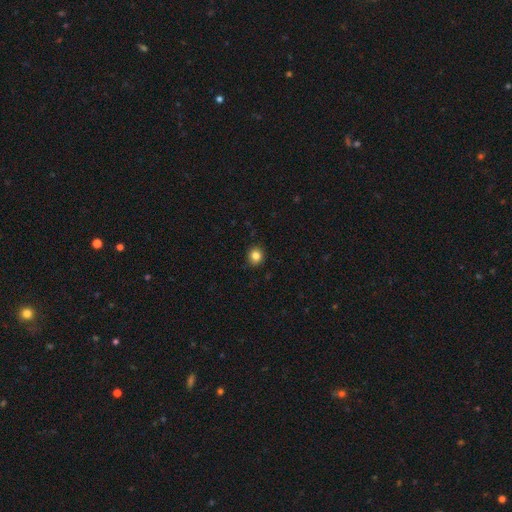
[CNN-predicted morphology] Q: Smooth or featured?
A: smooth (84%); runner-up: star or artifact (11%)
Q: How rounded?
A: round (85%); runner-up: in between (14%)
Q: Merging?
A: none (90%); runner-up: minor disturbance (8%)